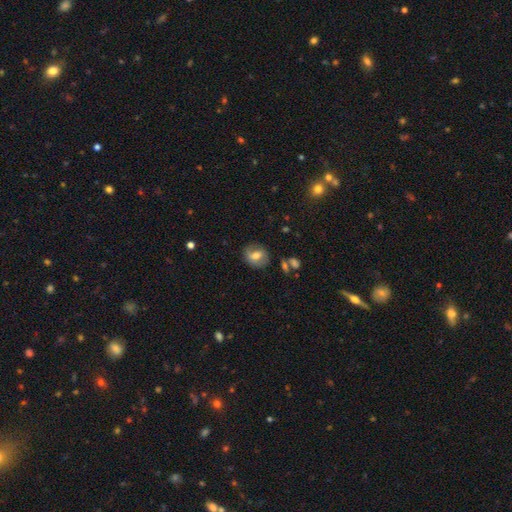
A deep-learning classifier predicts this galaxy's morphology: This appears to be a smooth galaxy with no disk features (62%) that is round (57%). Merging: none (74%).